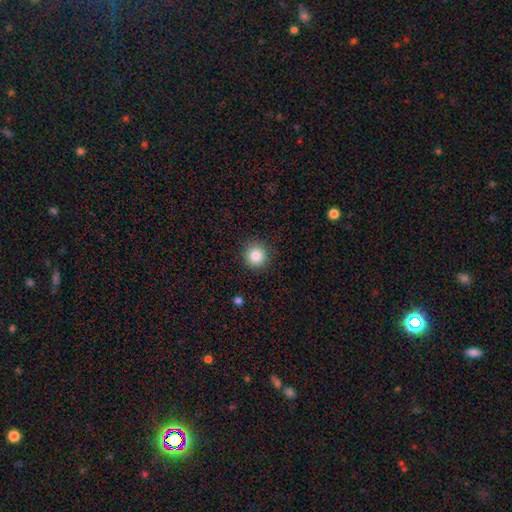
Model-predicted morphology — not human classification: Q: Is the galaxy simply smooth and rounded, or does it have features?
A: smooth — 85%.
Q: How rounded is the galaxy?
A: round — 94%.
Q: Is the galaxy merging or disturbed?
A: none — 90%.